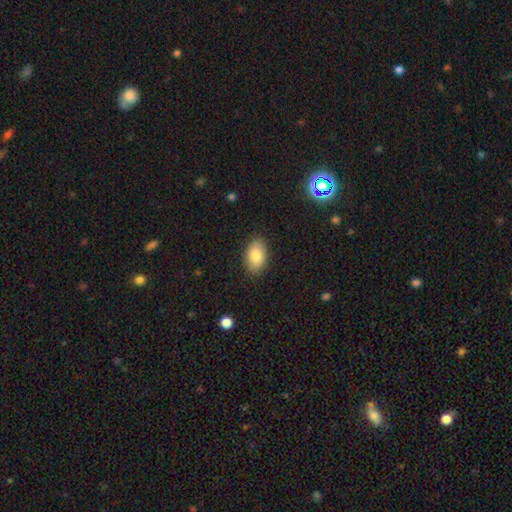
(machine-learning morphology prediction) Overall: smooth (83%). How rounded: in between (91%). Merging: none (86%).